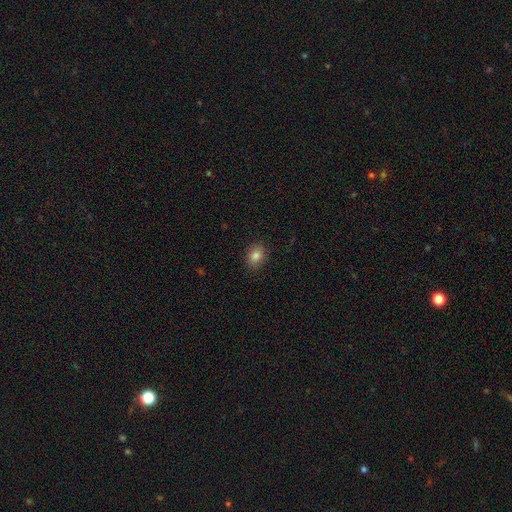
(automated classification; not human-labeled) A smooth galaxy with no disk features (83%) that is in between round and cigar-shaped (57%). Merging: none (88%).